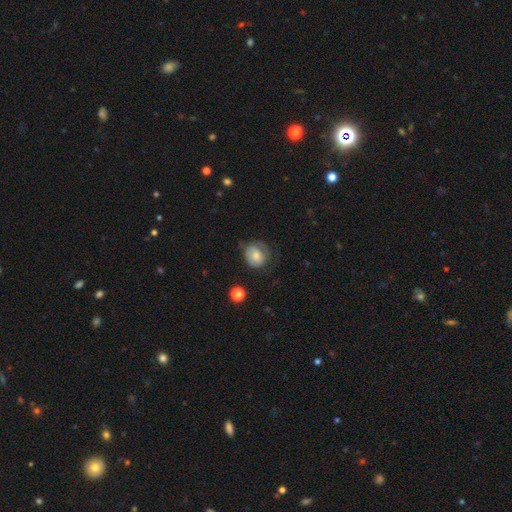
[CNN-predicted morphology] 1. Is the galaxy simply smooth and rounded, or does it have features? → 63% smooth, 29% featured or disk, 8% star or artifact.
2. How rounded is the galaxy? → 72% round, 27% in between, 1% cigar-shaped.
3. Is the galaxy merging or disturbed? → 52% none, 29% minor disturbance, 17% major disturbance, 2% merger.